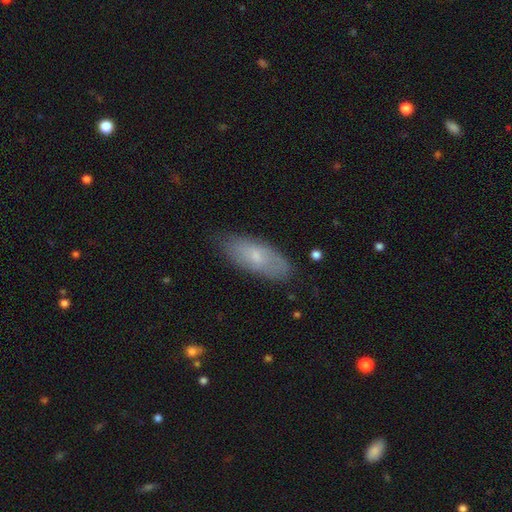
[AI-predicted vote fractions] Overall: smooth (63%; featured or disk 30%). How rounded: in between (77%). Merging: none (78%).